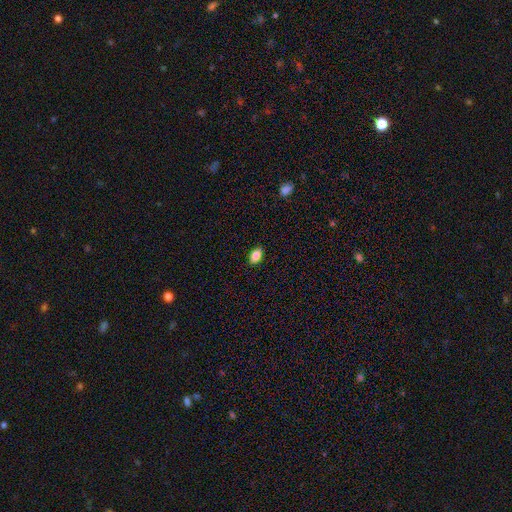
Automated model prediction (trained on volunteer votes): Smooth or featured: smooth — 85% (star or artifact — 8%)
How rounded: in between — 89% (round — 8%)
Merging: none — 89% (minor disturbance — 8%)